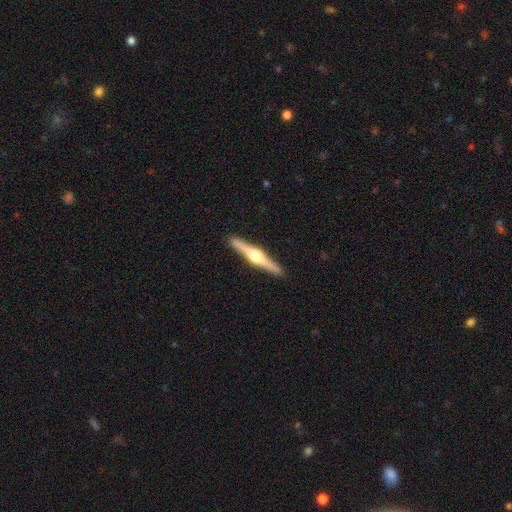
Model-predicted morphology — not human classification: This appears to be a featured or disk galaxy (79%) viewed edge-on (98%) with a rounded central bulge (95%). Merging: none (92%).